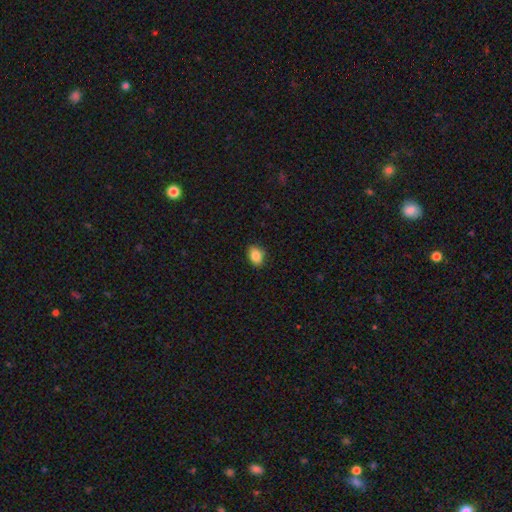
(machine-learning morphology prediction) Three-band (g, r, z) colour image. It shows a smooth galaxy with no disk features (86%) that is in between round and cigar-shaped (69%). Merging: none (84%).